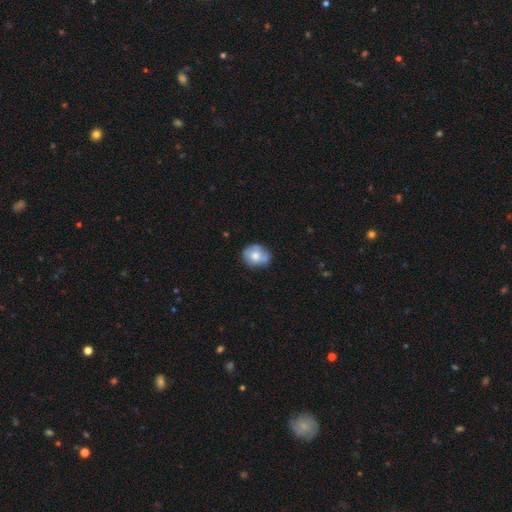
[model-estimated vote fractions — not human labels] Smooth or featured? Predicted: smooth (p=0.65). How rounded? Predicted: round (p=0.66). Merging? Predicted: none (p=0.58).